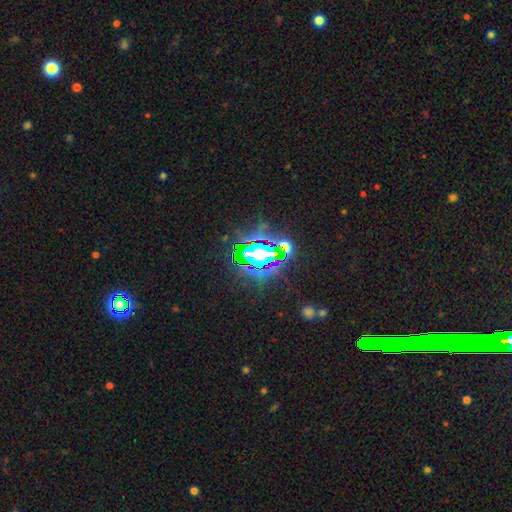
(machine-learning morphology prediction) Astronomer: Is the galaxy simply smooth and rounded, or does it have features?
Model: star or artifact — 82%.